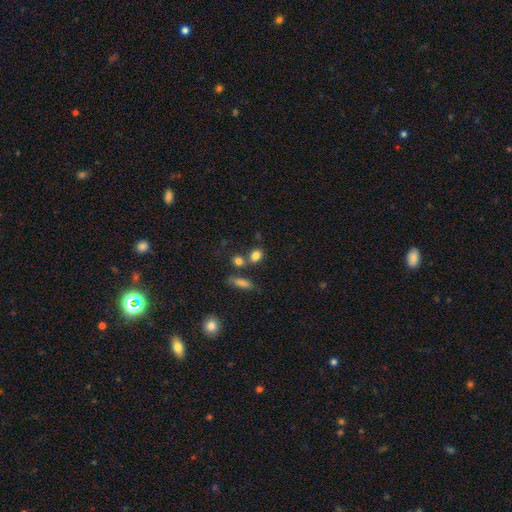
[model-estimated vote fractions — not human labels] This is clearly a smooth galaxy (81%). How rounded: possibly in between (58%). Merging: likely none (61%).